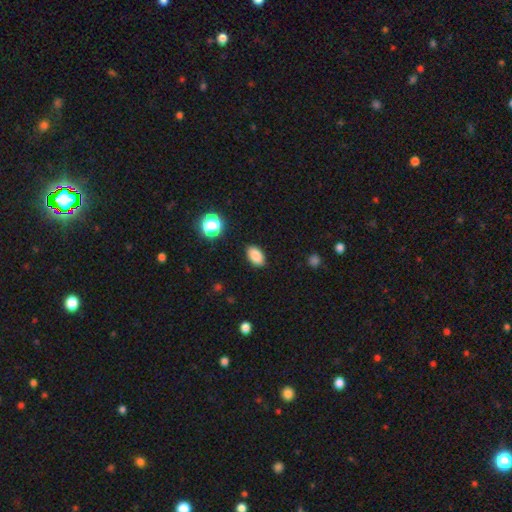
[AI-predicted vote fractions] Q: Smooth or featured?
A: smooth (86%); runner-up: star or artifact (10%)
Q: How rounded?
A: in between (91%); runner-up: round (7%)
Q: Merging?
A: none (88%); runner-up: minor disturbance (8%)